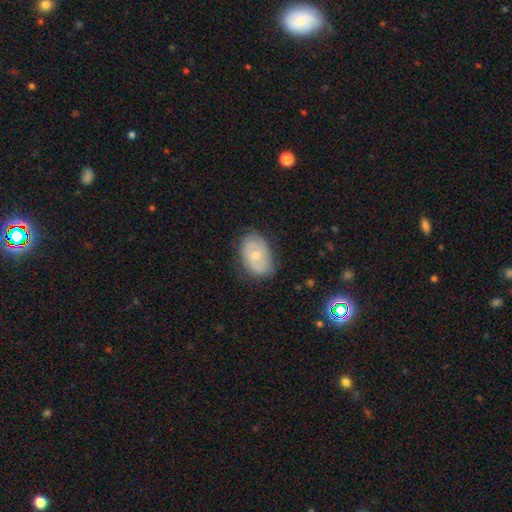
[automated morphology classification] Smooth or featured?
  - featured or disk: 59% *
  - smooth: 34%
  - star or artifact: 7%
Edge-on disk?
  - no: 95% *
  - yes: 5%
Bar?
  - no: 76% *
  - weak: 21%
  - strong: 3%
Spiral arms?
  - yes: 73% *
  - no: 27%
Bulge size?
  - moderate: 49% *
  - small: 47%
  - large: 1%
  - none: 1%
  - dominant: 1%
Merging?
  - none: 74% *
  - minor disturbance: 19%
  - major disturbance: 5%
  - merger: 1%